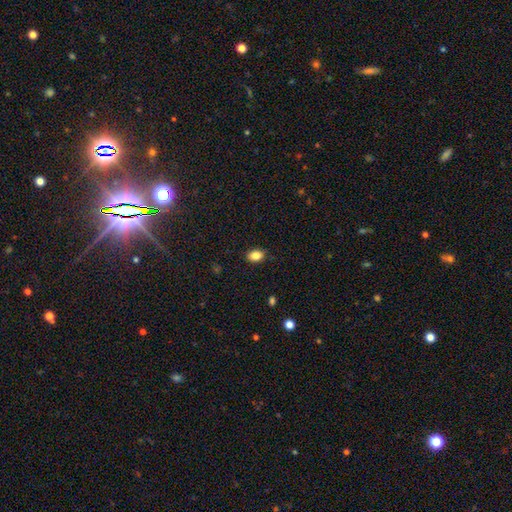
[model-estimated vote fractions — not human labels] The model was most divided on "how rounded": in between: 79%, round: 20%, cigar-shaped: 1%. More confident: merging — none (86%); smooth or featured — smooth (85%).